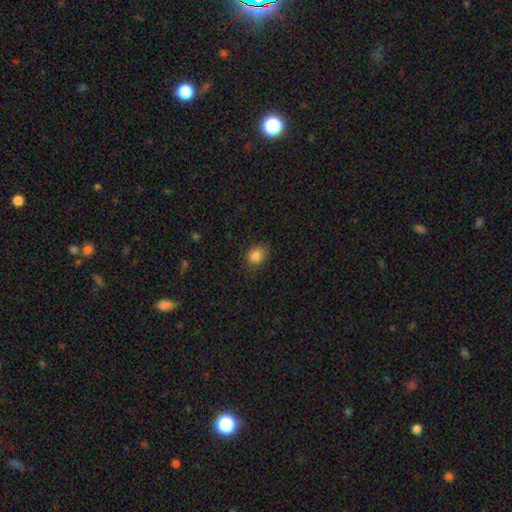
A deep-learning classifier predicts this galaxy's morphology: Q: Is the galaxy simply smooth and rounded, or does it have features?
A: smooth — 85%.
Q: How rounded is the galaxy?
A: round — 58%.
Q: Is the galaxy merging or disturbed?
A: none — 80%.